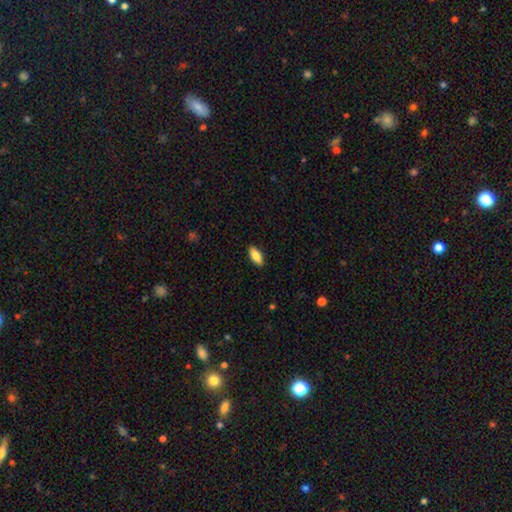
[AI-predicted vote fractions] This is likely a smooth galaxy (78%). How rounded: clearly in between (81%). Merging: clearly none (88%).